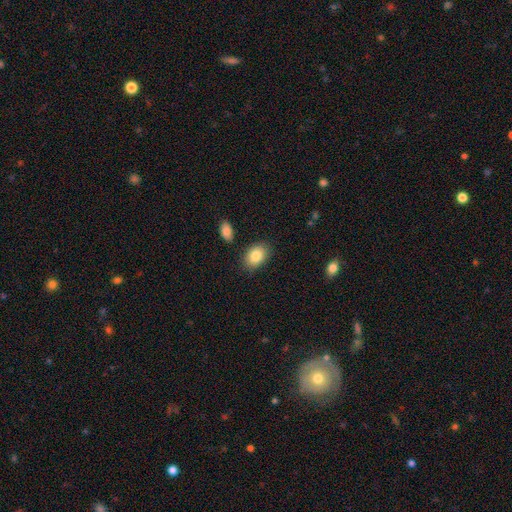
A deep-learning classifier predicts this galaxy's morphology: A smooth galaxy with no disk features (85%) that is in between round and cigar-shaped (84%). Merging: none (84%).